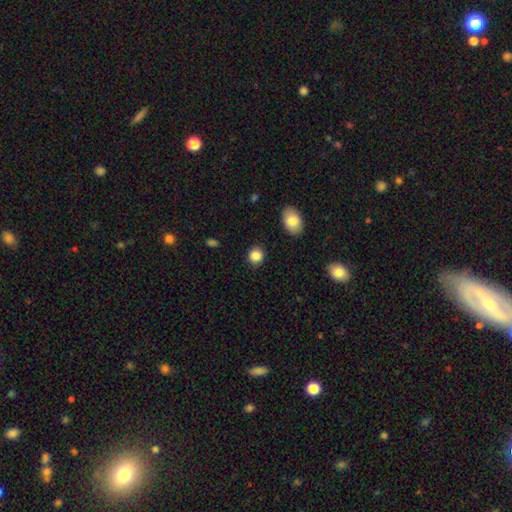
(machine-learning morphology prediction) smooth 86%, star or artifact 10%, featured or disk 4%. Down the decision tree: how rounded — round (80%); merging — none (88%).